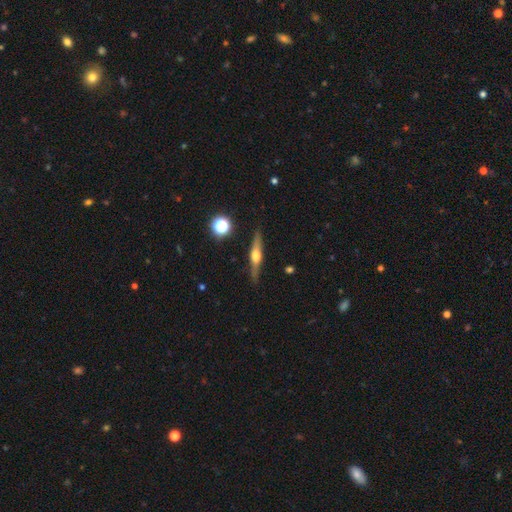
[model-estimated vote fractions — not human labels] Smooth or featured? Predicted: featured or disk (p=0.66). Edge-on disk? Predicted: yes (p=0.96). Edge-on bulge? Predicted: rounded (p=0.91). Merging? Predicted: none (p=0.86).